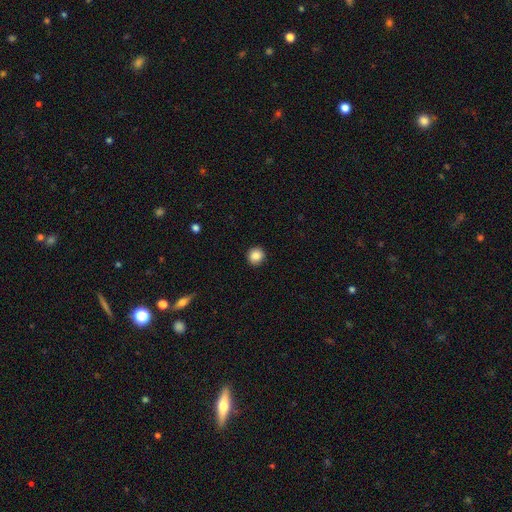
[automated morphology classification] smooth 87%, star or artifact 9%, featured or disk 4%. Down the decision tree: how rounded — round (92%); merging — none (91%).